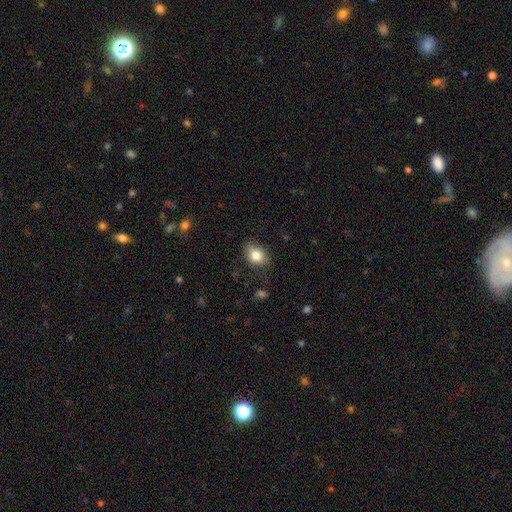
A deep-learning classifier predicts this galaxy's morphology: Overall: smooth (82%). How rounded: in between (75%). Merging: none (76%).